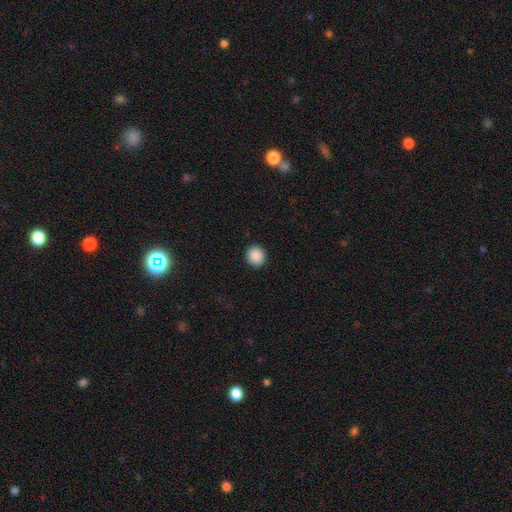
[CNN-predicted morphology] smooth_or_featured: smooth (p=0.89) [alt: star or artifact p=0.09]
how_rounded: round (p=0.89) [alt: in between p=0.10]
merging: none (p=0.92) [alt: minor disturbance p=0.05]